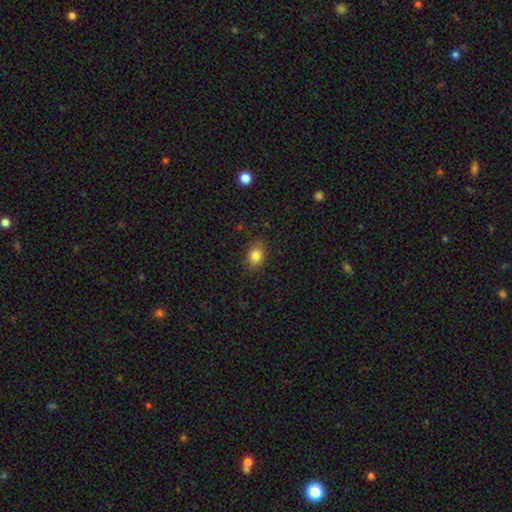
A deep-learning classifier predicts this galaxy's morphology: Q: Smooth or featured?
A: smooth (84%); runner-up: star or artifact (10%)
Q: How rounded?
A: in between (62%); runner-up: round (37%)
Q: Merging?
A: none (84%); runner-up: minor disturbance (12%)